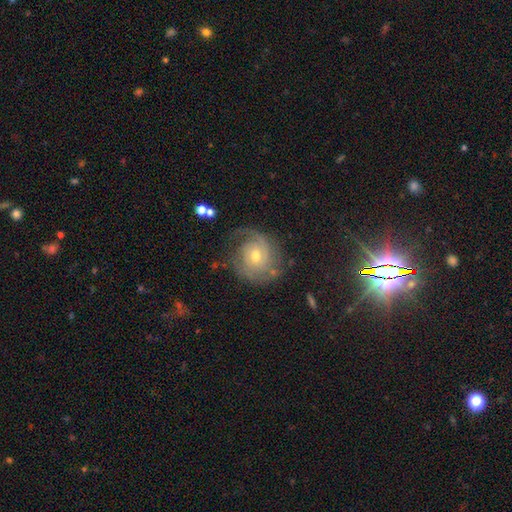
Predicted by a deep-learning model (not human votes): Smooth or featured? featured or disk (80%)
Edge-on disk? no (97%)
Bar? no (68%)
Spiral arms? yes (92%)
Spiral winding? tight (57%)
Spiral arm count? 2 (46%)
Bulge size? moderate (68%)
Merging? none (67%)